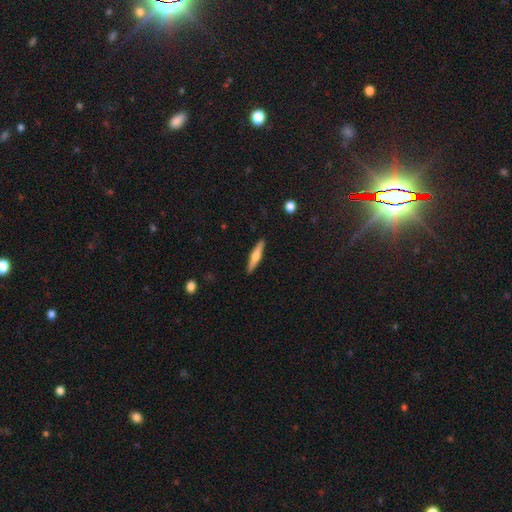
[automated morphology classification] Smooth or featured?
  - featured or disk: 53% *
  - smooth: 41%
  - star or artifact: 6%
Edge-on disk?
  - yes: 96% *
  - no: 4%
Edge-on bulge?
  - rounded: 89% *
  - none: 6%
  - boxy: 5%
Merging?
  - none: 91% *
  - minor disturbance: 6%
  - major disturbance: 1%
  - merger: 1%